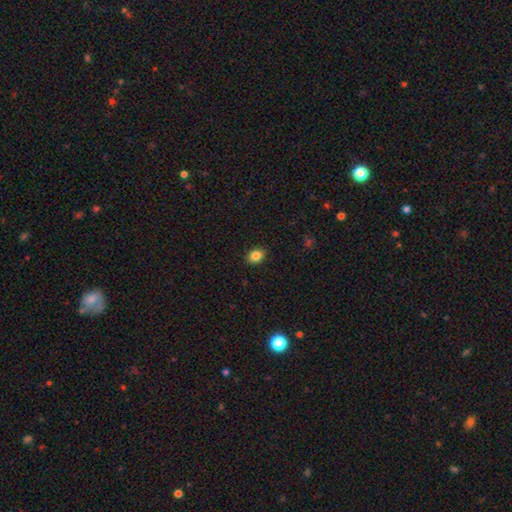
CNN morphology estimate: The model was most divided on "how rounded": in between: 61%, round: 38%, cigar-shaped: 1%. More confident: merging — none (89%); smooth or featured — smooth (86%).